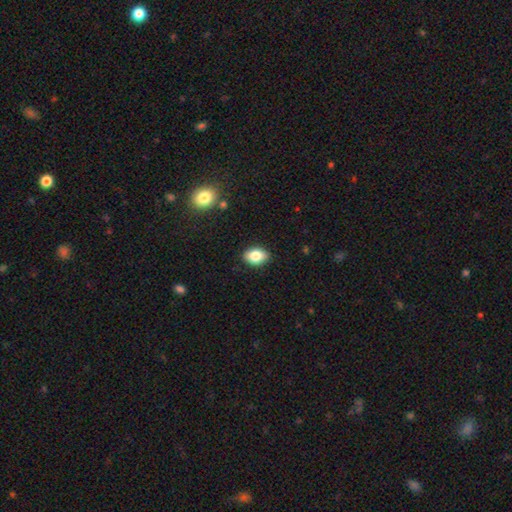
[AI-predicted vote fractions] Smooth or featured? Predicted: smooth (p=0.82). How rounded? Predicted: in between (p=0.83). Merging? Predicted: none (p=0.86).